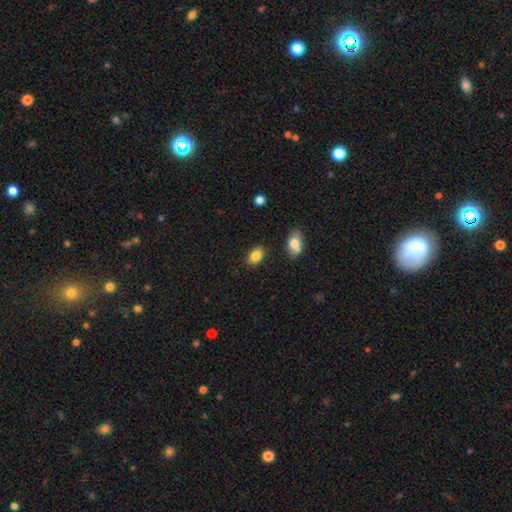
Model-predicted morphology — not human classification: smooth_or_featured: smooth (p=0.85) [alt: star or artifact p=0.09]
how_rounded: in between (p=0.84) [alt: round p=0.14]
merging: none (p=0.84) [alt: minor disturbance p=0.10]